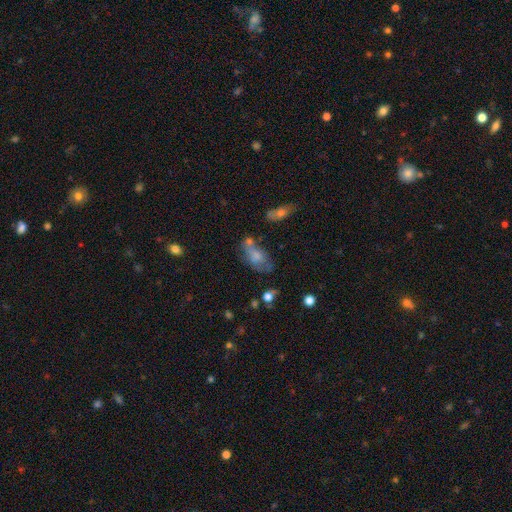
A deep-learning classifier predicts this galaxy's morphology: A smooth galaxy with no disk features (61%) that is in between round and cigar-shaped (86%).

Vote fractions:
- Smooth or featured? smooth: 61% / featured or disk: 29% / star or artifact: 11%
- How rounded? in between: 86% / round: 8% / cigar-shaped: 5%
- Merging? none: 31% / merger: 27% / minor disturbance: 23% / major disturbance: 19%